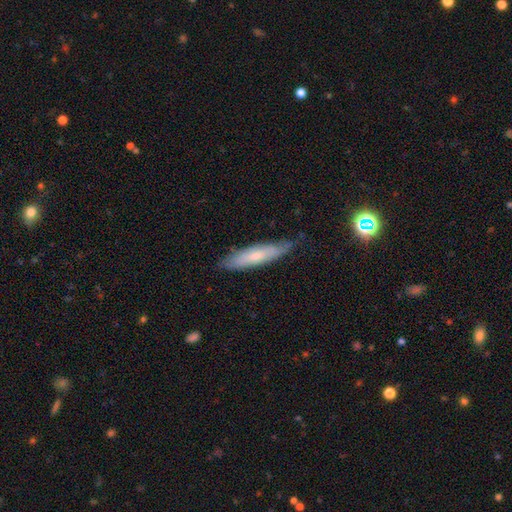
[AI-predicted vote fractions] smooth-or-featured: smooth: 56% | featured or disk: 38% | star or artifact: 7%
  how-rounded: cigar-shaped: 78% | in between: 21% | round: 2%
  merging: none: 74% | minor disturbance: 21% | major disturbance: 4% | merger: 1%